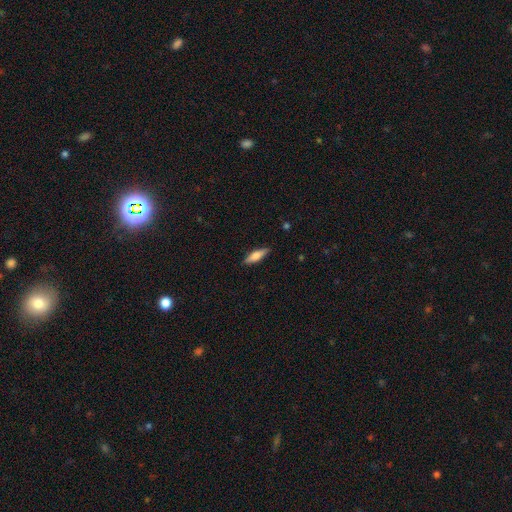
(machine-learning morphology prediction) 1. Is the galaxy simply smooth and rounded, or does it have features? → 64% smooth, 30% featured or disk, 6% star or artifact.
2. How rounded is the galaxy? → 57% cigar-shaped, 41% in between, 2% round.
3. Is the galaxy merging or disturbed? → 88% none, 9% minor disturbance, 2% major disturbance, 1% merger.